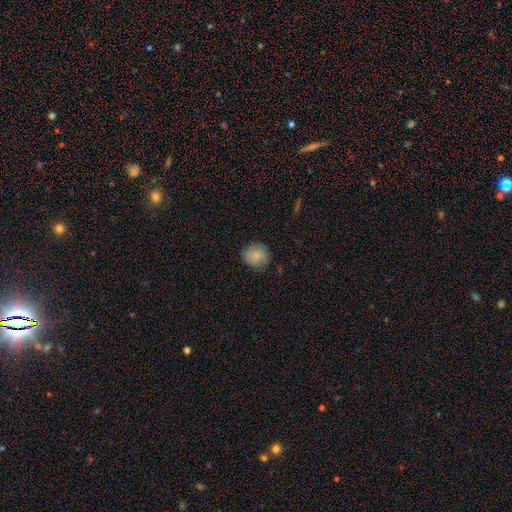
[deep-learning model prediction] A smooth galaxy with no disk features (75%) that is round (90%).

Vote fractions:
- Smooth or featured? smooth: 75% / featured or disk: 18% / star or artifact: 7%
- How rounded? round: 90% / in between: 9% / cigar-shaped: 1%
- Merging? none: 82% / minor disturbance: 14% / major disturbance: 3% / merger: 1%